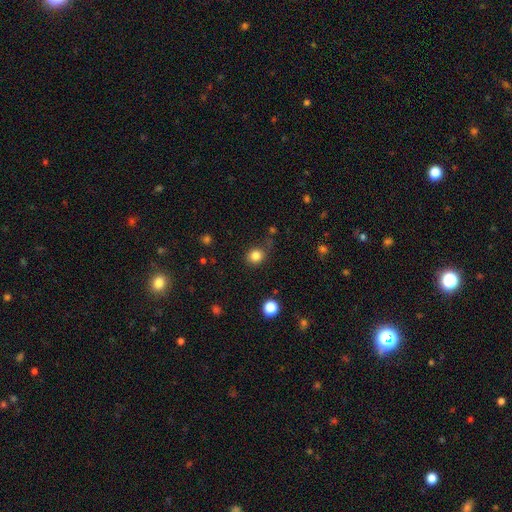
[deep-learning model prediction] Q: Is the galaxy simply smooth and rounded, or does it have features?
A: smooth — 83%.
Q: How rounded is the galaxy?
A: round — 80%.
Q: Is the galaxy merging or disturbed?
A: none — 75%.